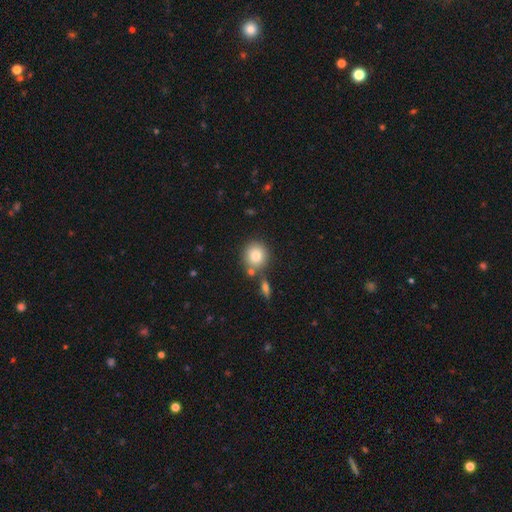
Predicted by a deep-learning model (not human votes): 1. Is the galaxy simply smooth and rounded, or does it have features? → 83% smooth, 9% featured or disk, 8% star or artifact.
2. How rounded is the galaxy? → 86% round, 12% in between, 1% cigar-shaped.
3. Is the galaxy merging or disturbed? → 72% none, 16% merger, 10% minor disturbance, 3% major disturbance.